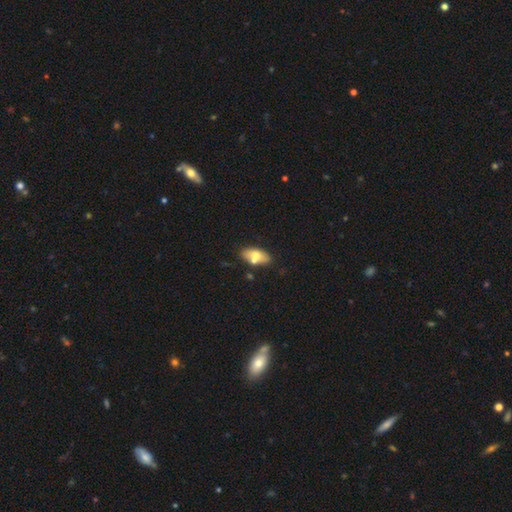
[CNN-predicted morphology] smooth-or-featured: smooth: 67% | featured or disk: 25% | star or artifact: 7%
  how-rounded: in between: 88% | cigar-shaped: 7% | round: 5%
  merging: none: 64% | merger: 18% | minor disturbance: 14% | major disturbance: 4%